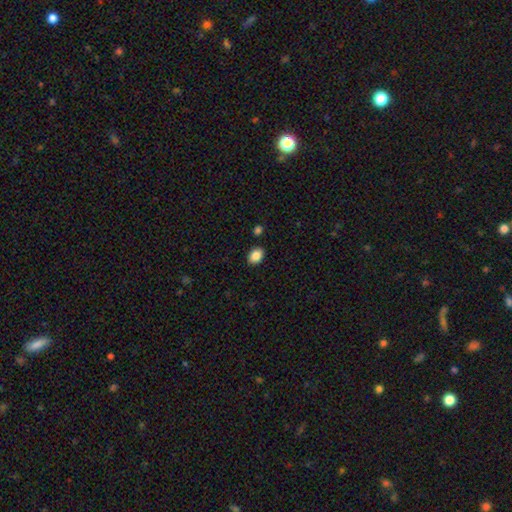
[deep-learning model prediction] Morphology: type=smooth (87%); roundness=in between (69%); merging=none (88%).